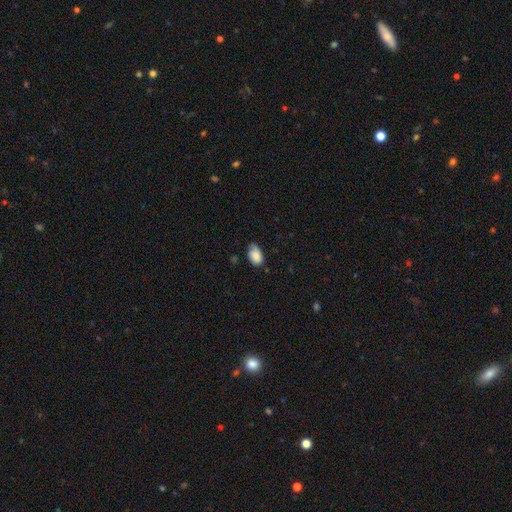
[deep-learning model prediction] Smooth or featured?
  - smooth: 82% *
  - featured or disk: 11%
  - star or artifact: 7%
How rounded?
  - in between: 89% *
  - round: 10%
  - cigar-shaped: 1%
Merging?
  - none: 53% *
  - minor disturbance: 37%
  - major disturbance: 8%
  - merger: 2%